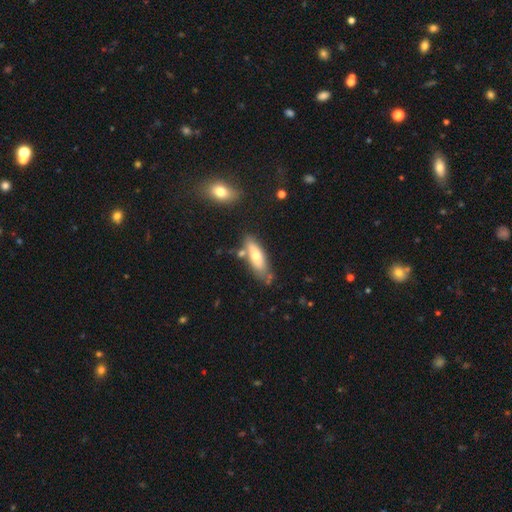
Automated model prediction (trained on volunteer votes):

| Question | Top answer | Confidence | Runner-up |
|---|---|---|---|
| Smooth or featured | smooth | 67% | featured or disk (27%) |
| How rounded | in between | 55% | cigar-shaped (43%) |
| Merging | none | 68% | minor disturbance (17%) |